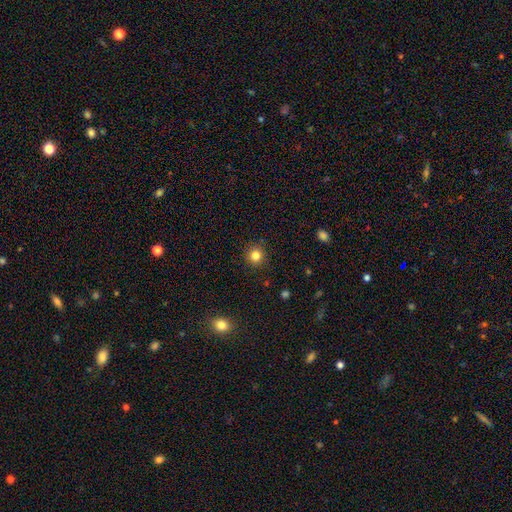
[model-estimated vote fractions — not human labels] This appears to be a smooth galaxy with no disk features (82%) that is round (93%). Merging: none (91%).